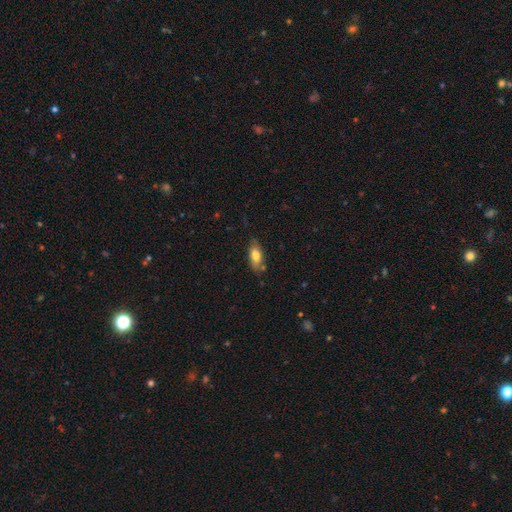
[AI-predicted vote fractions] Smooth or featured: smooth — 73% (featured or disk — 21%)
How rounded: in between — 81% (cigar-shaped — 16%)
Merging: none — 73% (minor disturbance — 20%)